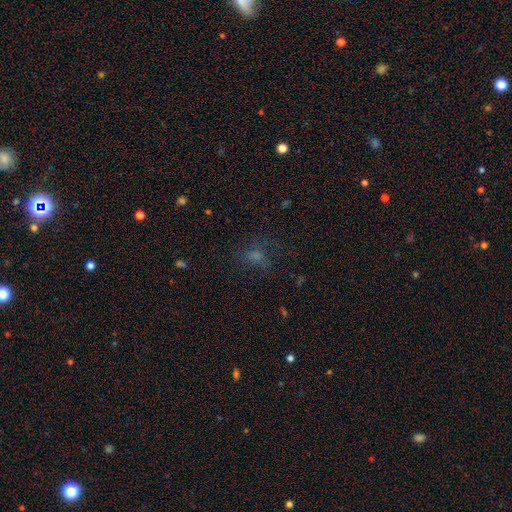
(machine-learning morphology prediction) A smooth galaxy with no disk features (50%).

Vote fractions:
- Smooth or featured? smooth: 50% / star or artifact: 32% / featured or disk: 19%
- Merging? none: 58% / major disturbance: 21% / minor disturbance: 18% / merger: 3%